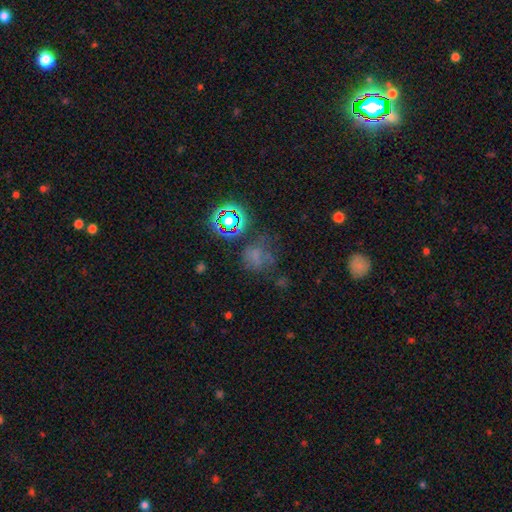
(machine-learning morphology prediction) Overall: smooth (47%; star or artifact 36%). Merging: none (47%; major disturbance 24%).